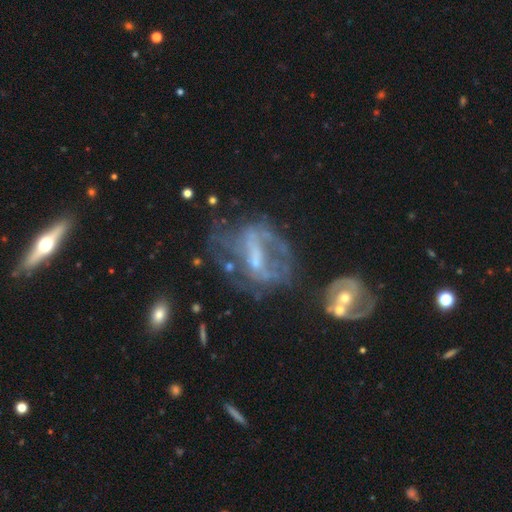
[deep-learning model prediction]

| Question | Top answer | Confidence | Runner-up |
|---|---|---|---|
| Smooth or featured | featured or disk | 73% | smooth (14%) |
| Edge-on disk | no | 95% | yes (5%) |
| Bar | weak | 39% | no (33%) |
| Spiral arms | yes | 53% | no (47%) |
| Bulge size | small | 52% | none (23%) |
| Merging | none | 37% | major disturbance (33%) |